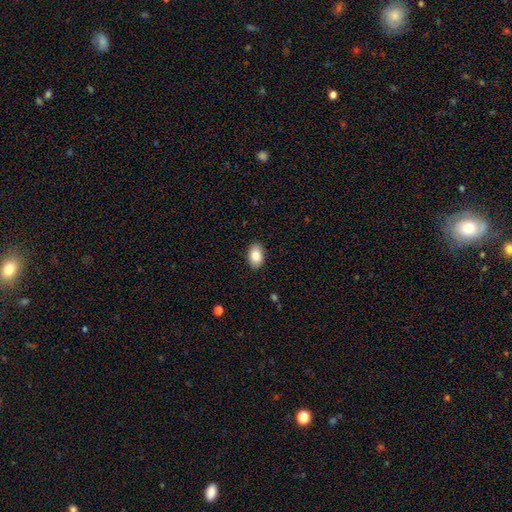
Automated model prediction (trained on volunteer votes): smooth_or_featured: smooth (p=0.83) [alt: featured or disk p=0.09]
how_rounded: in between (p=0.85) [alt: round p=0.13]
merging: none (p=0.89) [alt: minor disturbance p=0.08]